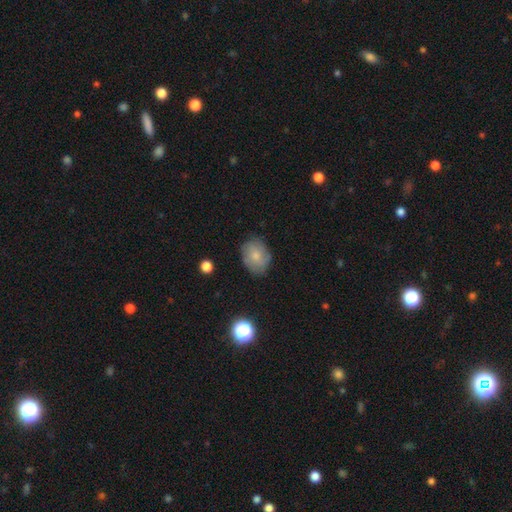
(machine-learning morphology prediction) A smooth galaxy with no disk features (75%) that is in between round and cigar-shaped (62%).

Vote fractions:
- Smooth or featured? smooth: 75% / featured or disk: 17% / star or artifact: 8%
- How rounded? in between: 62% / round: 37% / cigar-shaped: 1%
- Merging? none: 76% / minor disturbance: 18% / major disturbance: 4% / merger: 1%